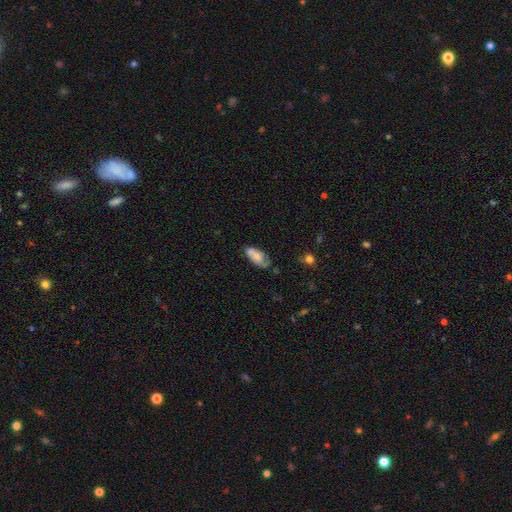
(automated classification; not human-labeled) This appears to be a smooth galaxy with no disk features (62%) that is in between round and cigar-shaped (86%). Merging: none (44%).